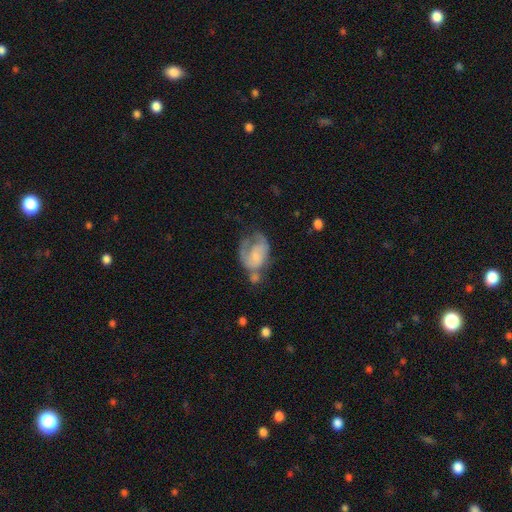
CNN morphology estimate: Overall: featured or disk (49%; smooth 43%). Merging: major disturbance (38%; minor disturbance 24%).